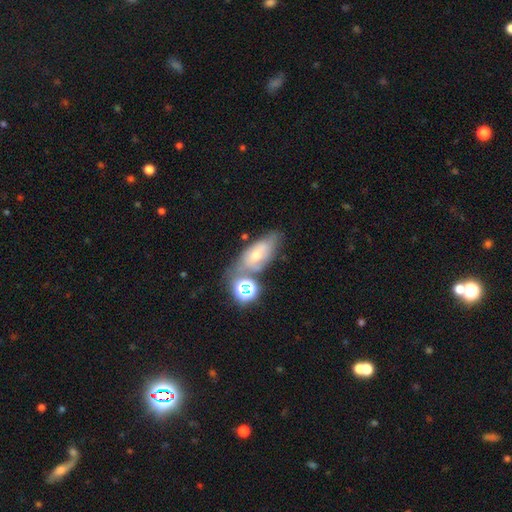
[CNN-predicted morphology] Smooth or featured?
  - featured or disk: 42% *
  - smooth: 38%
  - star or artifact: 20%
Merging?
  - none: 49% *
  - minor disturbance: 21%
  - merger: 20%
  - major disturbance: 10%